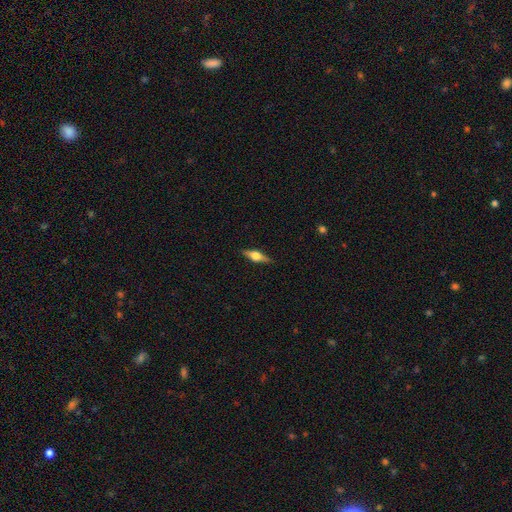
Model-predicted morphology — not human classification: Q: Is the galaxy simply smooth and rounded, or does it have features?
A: featured or disk — 63%.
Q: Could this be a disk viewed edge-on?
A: yes — 96%.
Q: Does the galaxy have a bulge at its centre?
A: rounded — 92%.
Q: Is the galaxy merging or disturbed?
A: none — 88%.